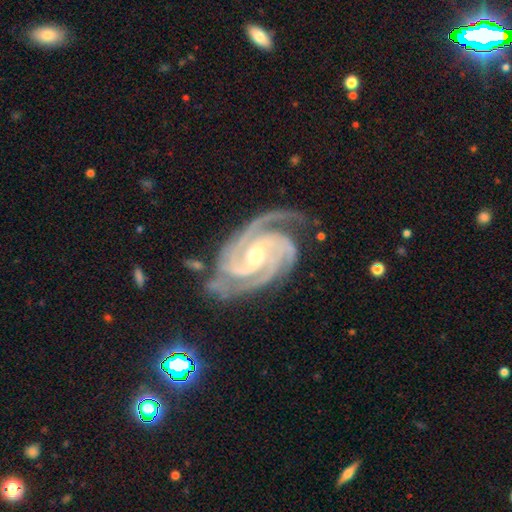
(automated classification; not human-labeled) A featured or disk galaxy (94%) with a weak bar (41%), 3 (57%) tight (63%) spiral arms (99%) and a small central bulge (50%). Merging: none (72%).